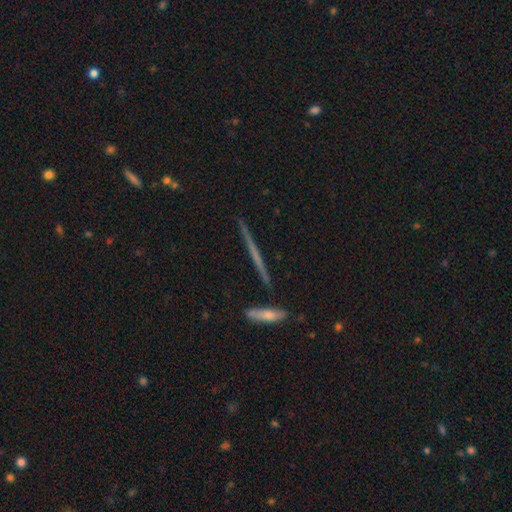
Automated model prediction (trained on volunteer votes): The model was most divided on "smooth or featured": featured or disk: 61%, smooth: 30%, star or artifact: 9%. More confident: edge-on disk — yes (97%); merging — none (89%); edge-on bulge — none (74%).